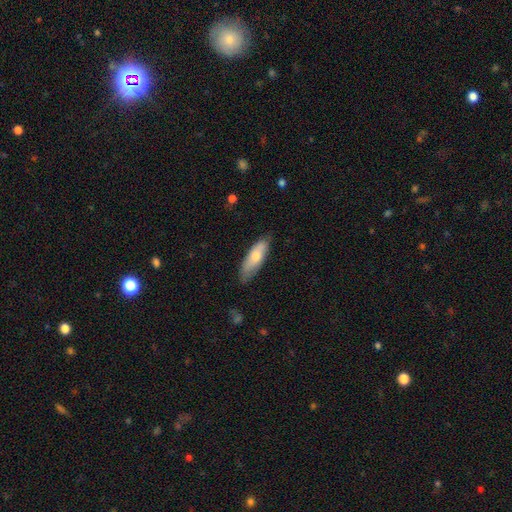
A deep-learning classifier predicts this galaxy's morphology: smooth_or_featured: smooth (p=0.73) [alt: featured or disk p=0.22]
how_rounded: in between (p=0.57) [alt: cigar-shaped p=0.41]
merging: none (p=0.71) [alt: minor disturbance p=0.23]